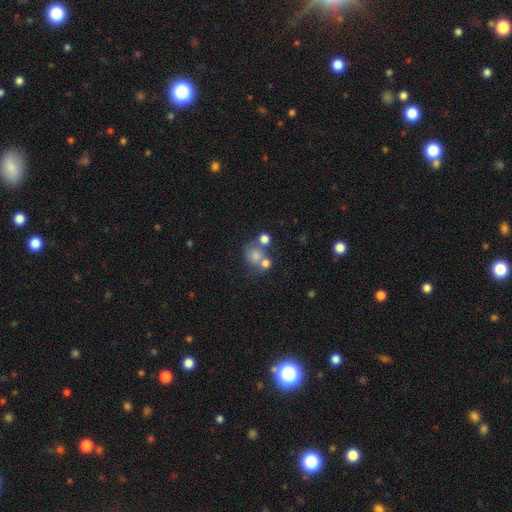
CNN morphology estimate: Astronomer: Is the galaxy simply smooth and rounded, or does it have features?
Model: smooth — 64%.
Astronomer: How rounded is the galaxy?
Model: round — 78%.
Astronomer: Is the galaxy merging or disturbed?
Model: none — 47% (runner-up: merger, 35%).